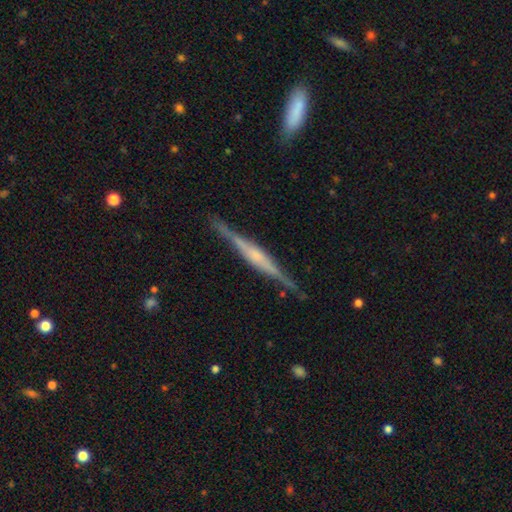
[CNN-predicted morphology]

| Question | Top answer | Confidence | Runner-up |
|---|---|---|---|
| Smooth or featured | featured or disk | 81% | smooth (14%) |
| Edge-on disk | yes | 98% | no (2%) |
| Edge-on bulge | rounded | 45% | boxy (37%) |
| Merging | none | 88% | minor disturbance (9%) |